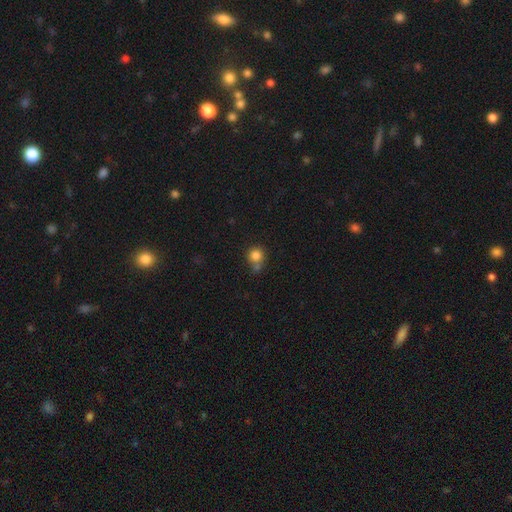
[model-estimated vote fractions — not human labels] Smooth or featured: smooth — 82% (star or artifact — 11%)
How rounded: round — 88% (in between — 11%)
Merging: none — 54% (merger — 22%)